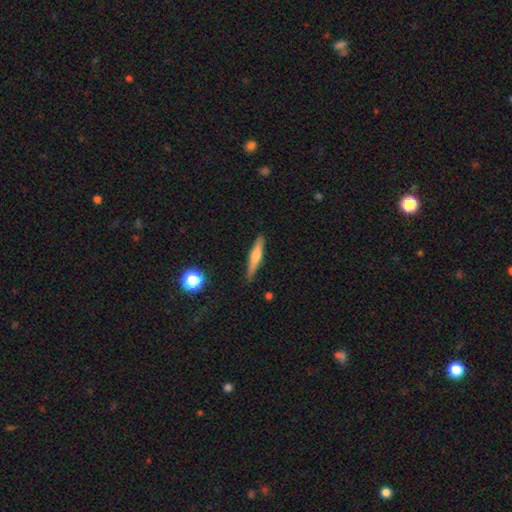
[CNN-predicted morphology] A smooth galaxy with no disk features (48%).

Vote fractions:
- Smooth or featured? smooth: 48% / featured or disk: 45% / star or artifact: 7%
- Merging? none: 87% / minor disturbance: 9% / major disturbance: 2% / merger: 1%